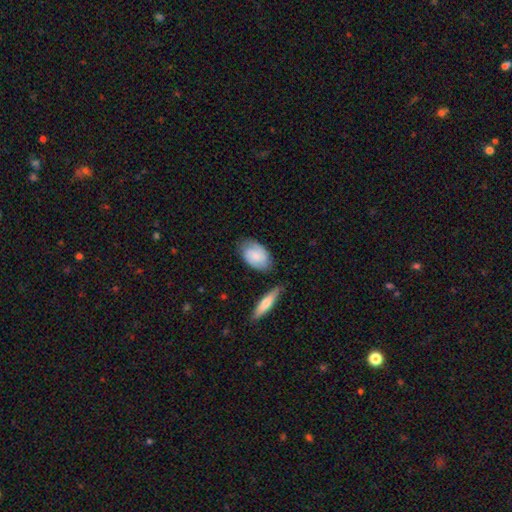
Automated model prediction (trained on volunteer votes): This is possibly a smooth galaxy (54%). How rounded: clearly in between (88%). Merging: likely none (70%).